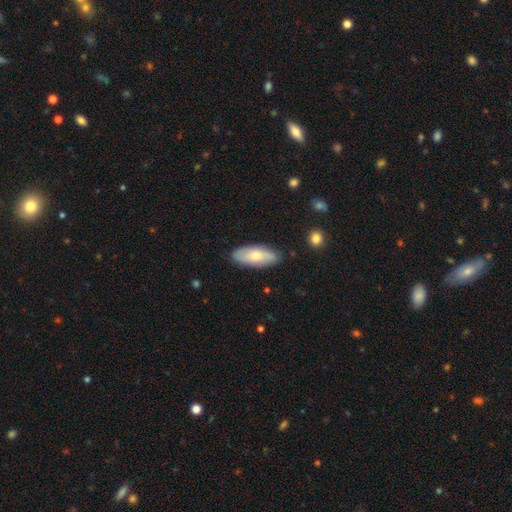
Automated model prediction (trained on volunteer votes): The model was most divided on "smooth or featured": smooth: 68%, featured or disk: 26%, star or artifact: 6%. More confident: merging — none (84%); how rounded — in between (81%).